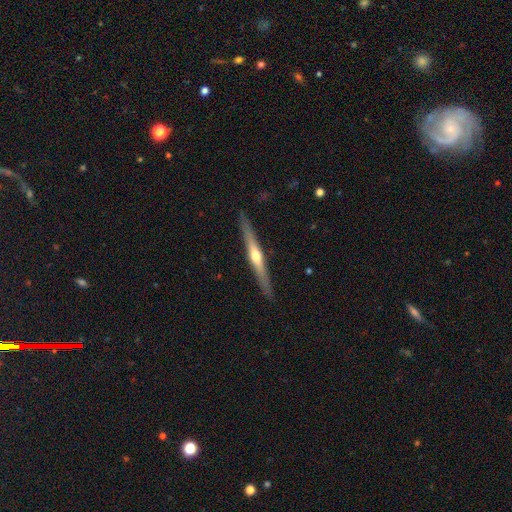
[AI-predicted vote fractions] Morphology: type=featured or disk (69%); edge-on=yes (97%); edge-on bulge=rounded (86%); merging=none (89%).